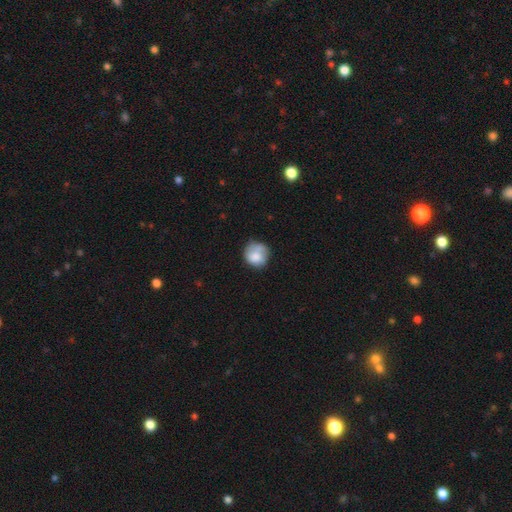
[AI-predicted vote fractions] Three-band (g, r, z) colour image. It shows a smooth galaxy with no disk features (72%) that is round (84%). Merging: none (55%).